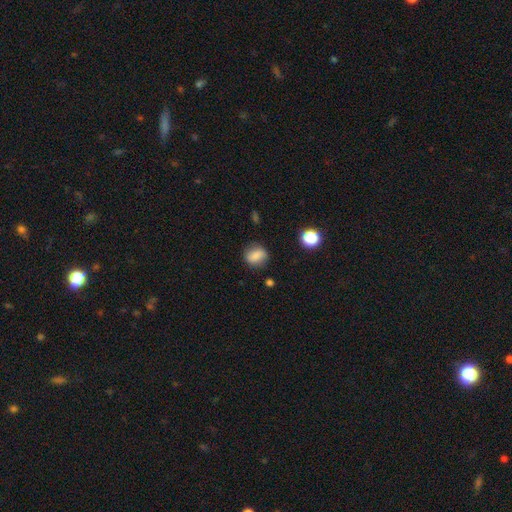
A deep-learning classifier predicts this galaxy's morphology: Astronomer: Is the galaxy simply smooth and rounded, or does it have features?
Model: smooth — 79%.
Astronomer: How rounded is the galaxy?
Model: round — 52% (runner-up: in between, 46%).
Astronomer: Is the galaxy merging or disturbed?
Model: none — 82%.